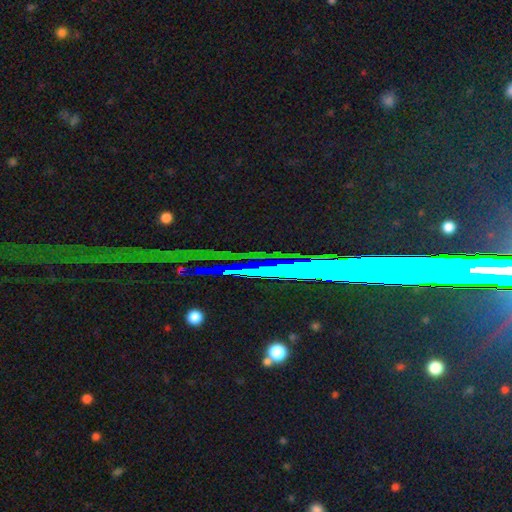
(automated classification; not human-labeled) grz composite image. It shows a star or artifact, not a galaxy (76%).